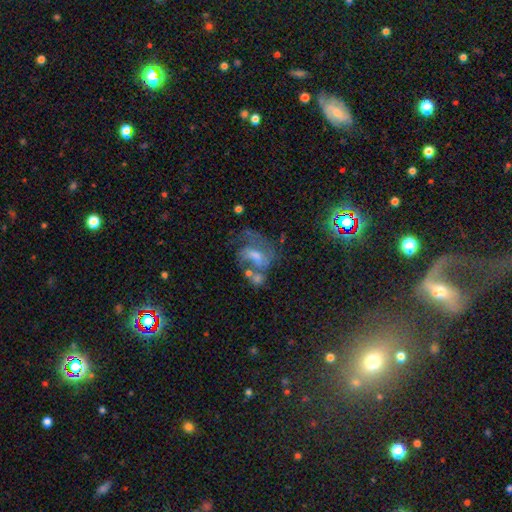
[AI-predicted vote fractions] Morphology: type=featured or disk (57%); edge-on=no (95%); bar=weak (43%); spiral arms=yes (74%); bulge=moderate (47%); merging=none (35%).